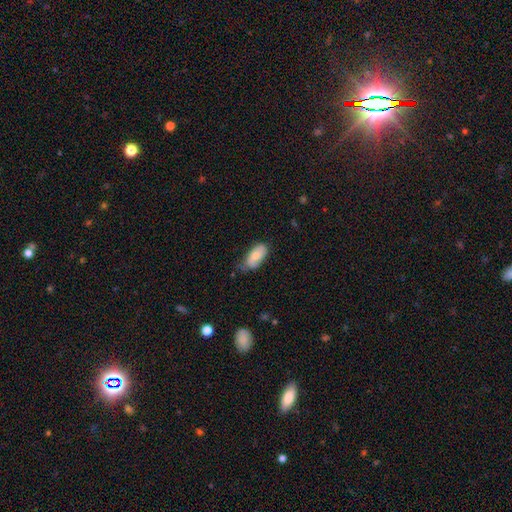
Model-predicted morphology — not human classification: smooth_or_featured: smooth (p=0.71) [alt: featured or disk p=0.23]
how_rounded: in between (p=0.92) [alt: cigar-shaped p=0.05]
merging: none (p=0.51) [alt: minor disturbance p=0.37]